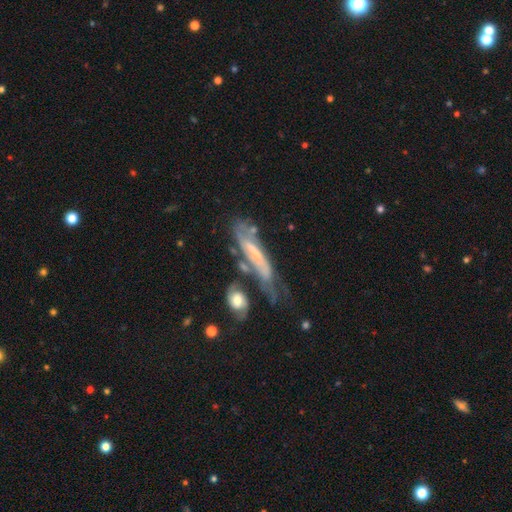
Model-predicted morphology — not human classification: Smooth or featured? Predicted: featured or disk (p=0.67). Edge-on disk? Predicted: no (p=0.59). Merging? Predicted: none (p=0.39).